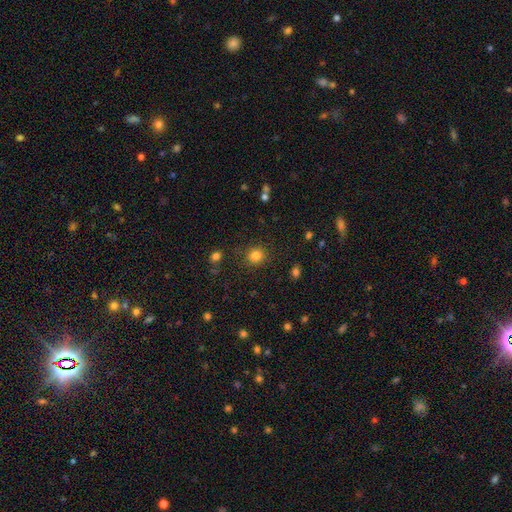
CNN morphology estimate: This appears to be a smooth galaxy with no disk features (82%) that is round (85%). Merging: none (87%).